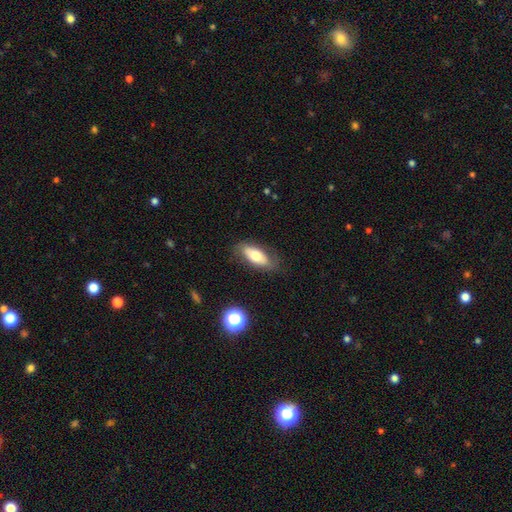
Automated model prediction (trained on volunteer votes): Smooth or featured? Predicted: smooth (p=0.66). How rounded? Predicted: in between (p=0.78). Merging? Predicted: none (p=0.77).